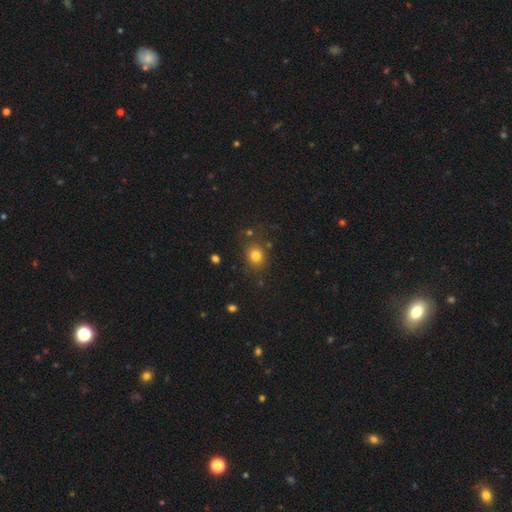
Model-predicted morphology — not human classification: The model was most divided on "how rounded": round: 63%, in between: 36%, cigar-shaped: 1%. More confident: smooth or featured — smooth (78%); merging — none (76%).